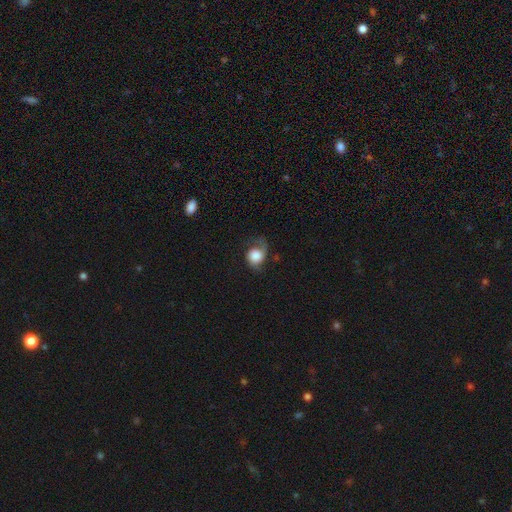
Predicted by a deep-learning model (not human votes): This appears to be a smooth galaxy with no disk features (63%) that is round (69%). Merging: none (36%).